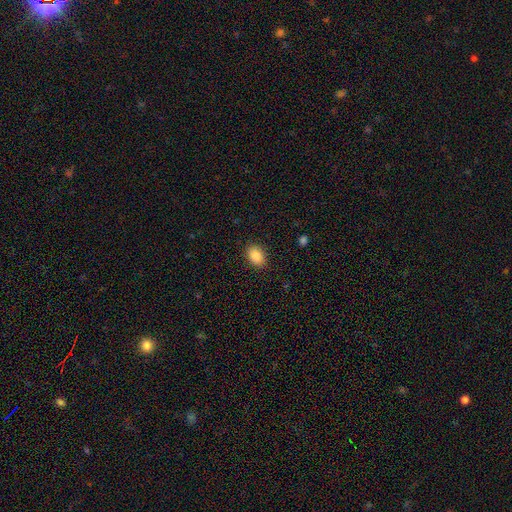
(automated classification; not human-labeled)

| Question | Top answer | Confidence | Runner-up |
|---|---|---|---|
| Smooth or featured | smooth | 89% | star or artifact (8%) |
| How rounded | in between | 84% | round (15%) |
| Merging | none | 88% | minor disturbance (9%) |